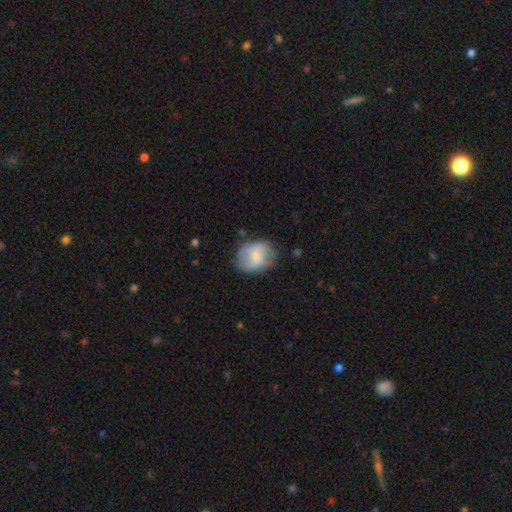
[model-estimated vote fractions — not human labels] A smooth galaxy with no disk features (51%) that is round (53%).

Vote fractions:
- Smooth or featured? smooth: 51% / featured or disk: 43% / star or artifact: 7%
- How rounded? round: 53% / in between: 46% / cigar-shaped: 1%
- Merging? none: 67% / minor disturbance: 23% / major disturbance: 9% / merger: 2%